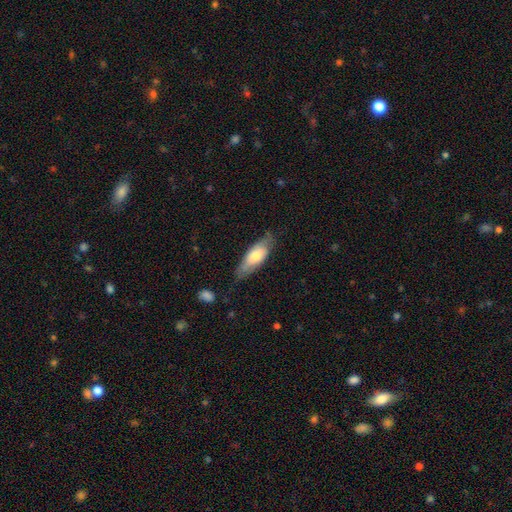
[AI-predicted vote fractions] smooth-or-featured: smooth: 63% | featured or disk: 31% | star or artifact: 6%
  how-rounded: in between: 70% | cigar-shaped: 28% | round: 2%
  merging: none: 64% | minor disturbance: 28% | major disturbance: 7% | merger: 2%